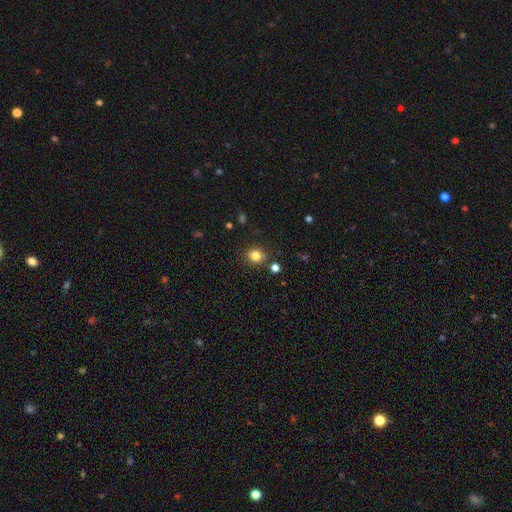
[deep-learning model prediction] The model was most divided on "how rounded": round: 73%, in between: 26%, cigar-shaped: 1%. More confident: smooth or featured — smooth (81%); merging — none (80%).